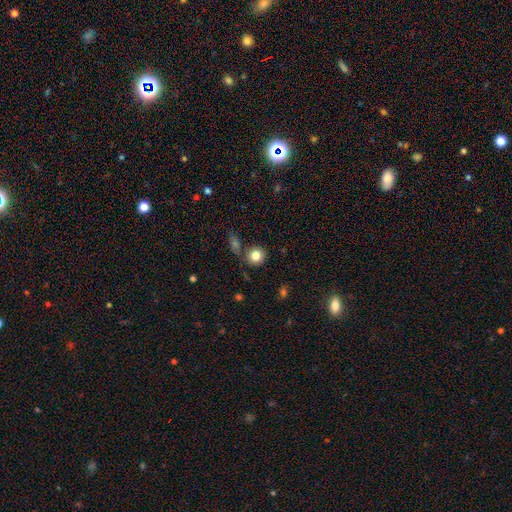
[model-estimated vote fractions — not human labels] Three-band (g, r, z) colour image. It shows a smooth galaxy with no disk features (82%) that is round (89%). Merging: none (81%).